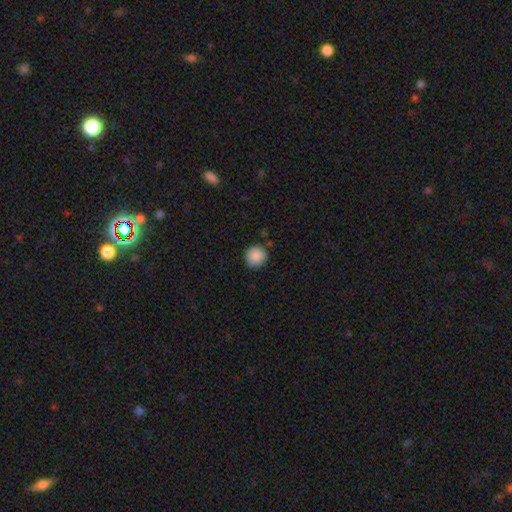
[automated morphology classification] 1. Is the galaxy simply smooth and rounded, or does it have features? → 88% smooth, 9% star or artifact, 3% featured or disk.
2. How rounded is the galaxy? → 93% round, 6% in between, 1% cigar-shaped.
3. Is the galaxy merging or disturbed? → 86% none, 10% minor disturbance, 2% major disturbance, 2% merger.